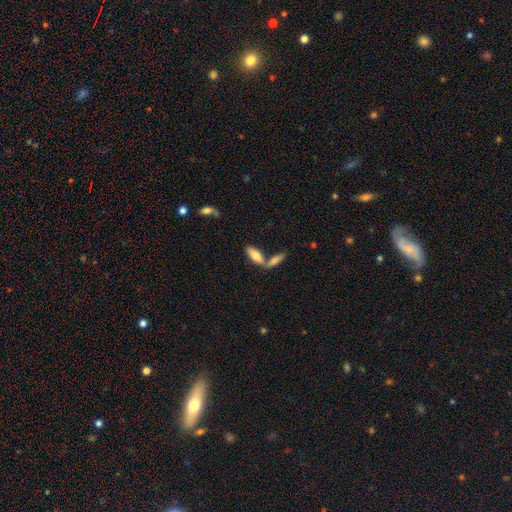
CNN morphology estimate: Smooth or featured? smooth (71%)
How rounded? in between (72%)
Merging? none (46%)